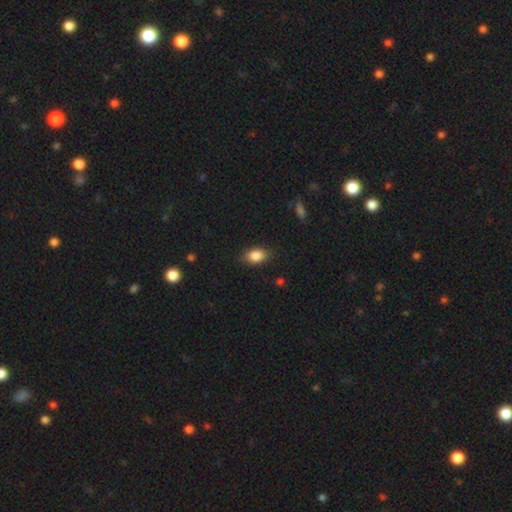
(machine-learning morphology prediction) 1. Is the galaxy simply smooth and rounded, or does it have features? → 86% smooth, 8% star or artifact, 6% featured or disk.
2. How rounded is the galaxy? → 84% in between, 14% round, 2% cigar-shaped.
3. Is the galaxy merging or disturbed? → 84% none, 12% minor disturbance, 3% major disturbance, 1% merger.